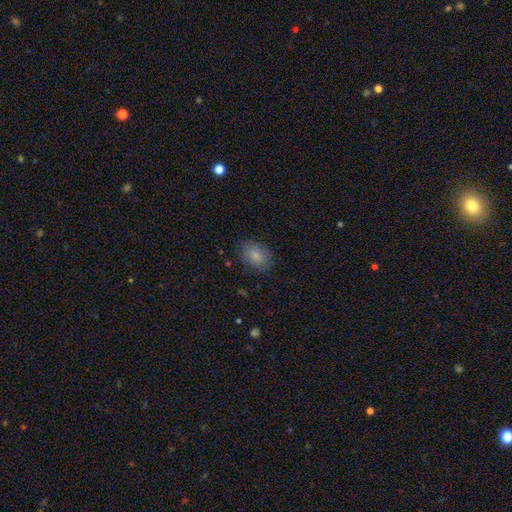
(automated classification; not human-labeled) Smooth or featured? Predicted: smooth (p=0.83). How rounded? Predicted: in between (p=0.69). Merging? Predicted: none (p=0.81).